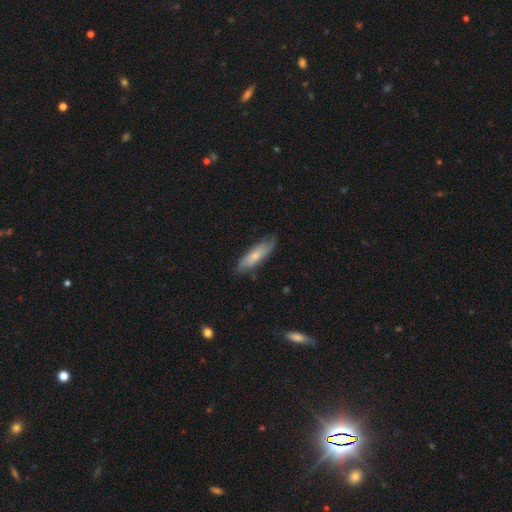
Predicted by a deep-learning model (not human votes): smooth 64%, featured or disk 31%, star or artifact 6%. Down the decision tree: how rounded — cigar-shaped (63%); merging — none (75%).